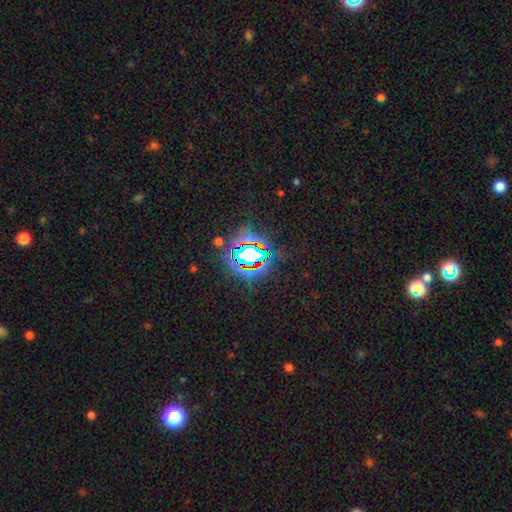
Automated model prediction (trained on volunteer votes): The model was most divided on "smooth or featured": star or artifact: 83%, smooth: 10%, featured or disk: 7%.